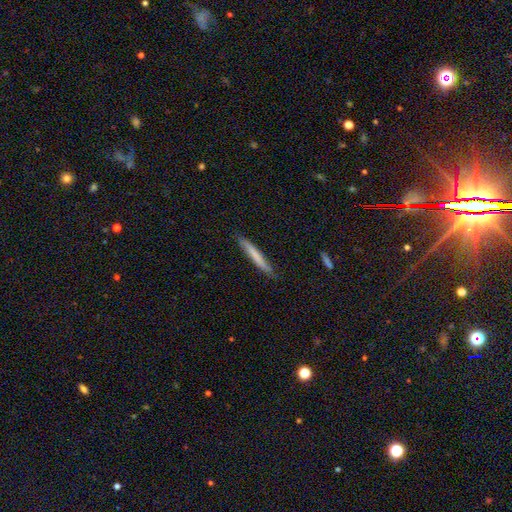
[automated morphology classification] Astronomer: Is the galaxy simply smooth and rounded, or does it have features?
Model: smooth — 68%.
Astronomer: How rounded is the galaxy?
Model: cigar-shaped — 95%.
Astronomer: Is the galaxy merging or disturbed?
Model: none — 84%.